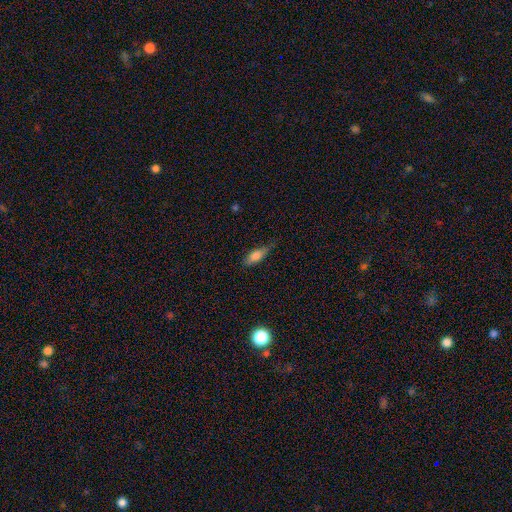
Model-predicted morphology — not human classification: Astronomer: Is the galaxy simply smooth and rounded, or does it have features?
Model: smooth — 78%.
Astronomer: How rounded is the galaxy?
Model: in between — 71%.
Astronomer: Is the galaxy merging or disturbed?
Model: none — 60%.